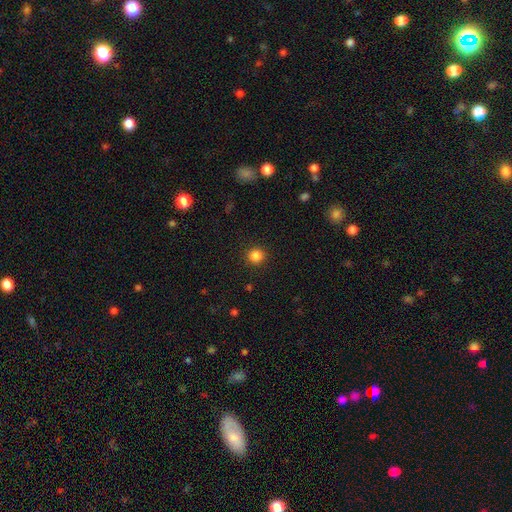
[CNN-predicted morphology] Smooth or featured? Predicted: smooth (p=0.85). How rounded? Predicted: round (p=0.91). Merging? Predicted: none (p=0.91).